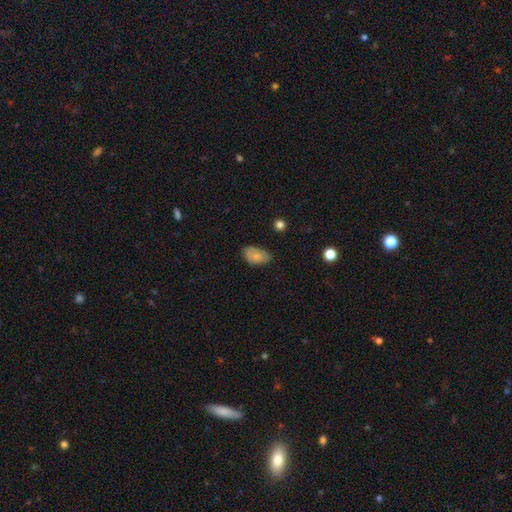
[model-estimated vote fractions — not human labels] The model was most divided on "merging": none: 66%, minor disturbance: 27%, major disturbance: 5%, merger: 2%. More confident: how rounded — in between (92%); smooth or featured — smooth (79%).